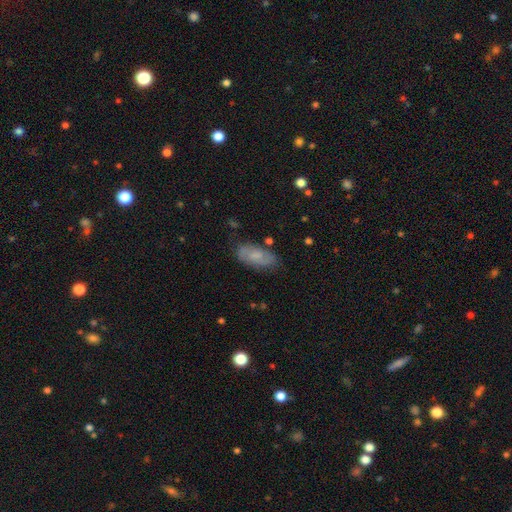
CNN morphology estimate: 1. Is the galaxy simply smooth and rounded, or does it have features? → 60% smooth, 32% featured or disk, 8% star or artifact.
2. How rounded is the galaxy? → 87% in between, 10% cigar-shaped, 3% round.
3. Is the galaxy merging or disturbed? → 76% none, 17% minor disturbance, 4% major disturbance, 2% merger.